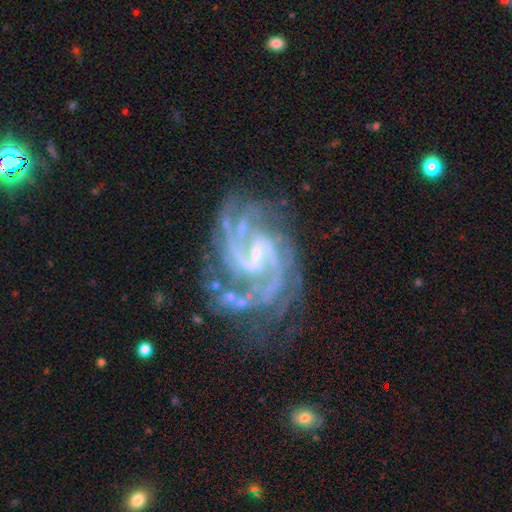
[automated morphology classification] Overall: featured or disk (93%). Edge-on disk: no (98%). Bar: weak (50%; no 26%). Spiral arms: yes (99%). Spiral arm count: 2 (54%; 3 18%). Spiral winding: medium (53%; tight 36%). Bulge size: small (77%). Merging: none (60%; minor disturbance 21%).